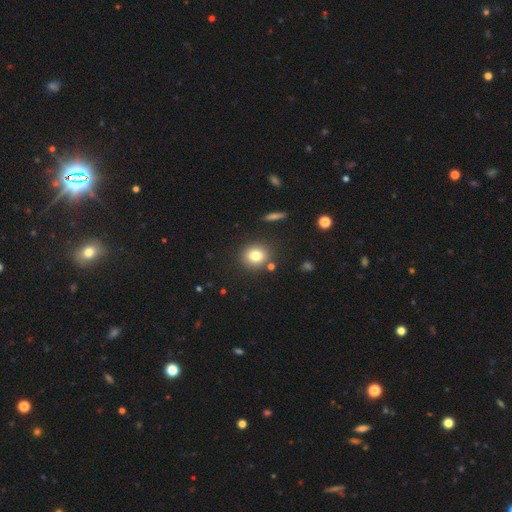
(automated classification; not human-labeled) smooth-or-featured: smooth: 79% | star or artifact: 12% | featured or disk: 9%
  how-rounded: round: 80% | in between: 19% | cigar-shaped: 1%
  merging: none: 84% | minor disturbance: 8% | merger: 5% | major disturbance: 3%